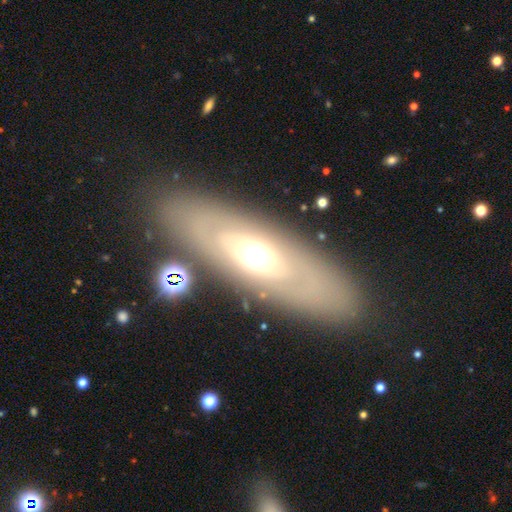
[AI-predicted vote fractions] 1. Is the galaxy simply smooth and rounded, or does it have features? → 54% featured or disk, 37% smooth, 8% star or artifact.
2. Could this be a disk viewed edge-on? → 68% no, 32% yes.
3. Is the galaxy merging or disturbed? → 84% none, 9% minor disturbance, 5% major disturbance, 3% merger.